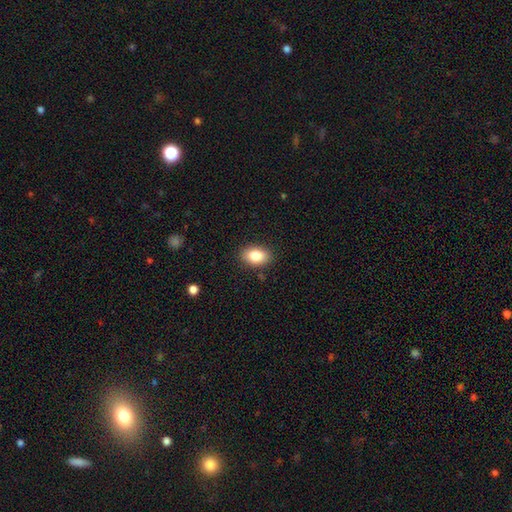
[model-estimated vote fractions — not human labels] Smooth or featured: smooth — 85% (star or artifact — 8%)
How rounded: in between — 86% (round — 13%)
Merging: none — 87% (minor disturbance — 10%)